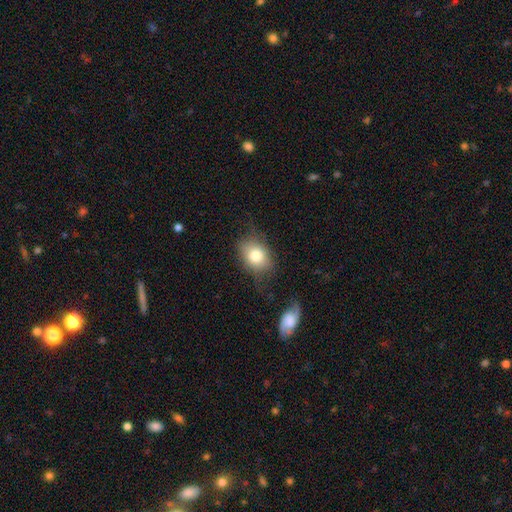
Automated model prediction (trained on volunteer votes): smooth_or_featured: smooth (p=0.78) [alt: featured or disk p=0.14]
how_rounded: in between (p=0.64) [alt: round p=0.34]
merging: none (p=0.65) [alt: minor disturbance p=0.23]